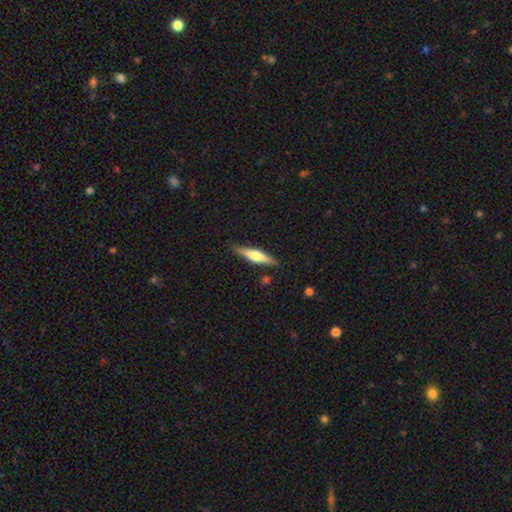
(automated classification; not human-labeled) Morphology: type=smooth (50%); merging=none (85%).